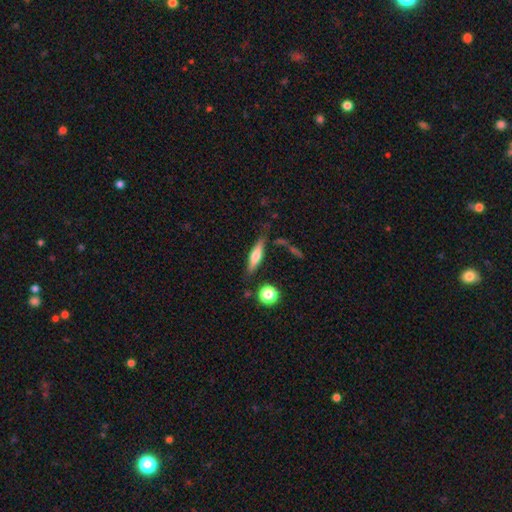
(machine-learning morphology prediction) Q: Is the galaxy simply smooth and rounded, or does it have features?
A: smooth — 56%.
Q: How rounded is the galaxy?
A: cigar-shaped — 69%.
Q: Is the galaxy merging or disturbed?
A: none — 74%.